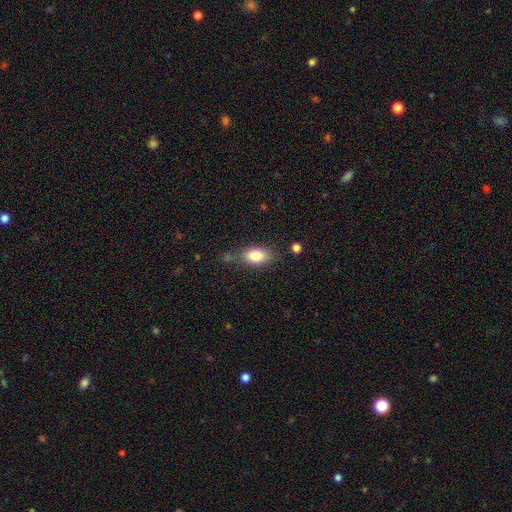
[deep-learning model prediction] A smooth galaxy with no disk features (82%) that is in between round and cigar-shaped (87%). Merging: none (68%).